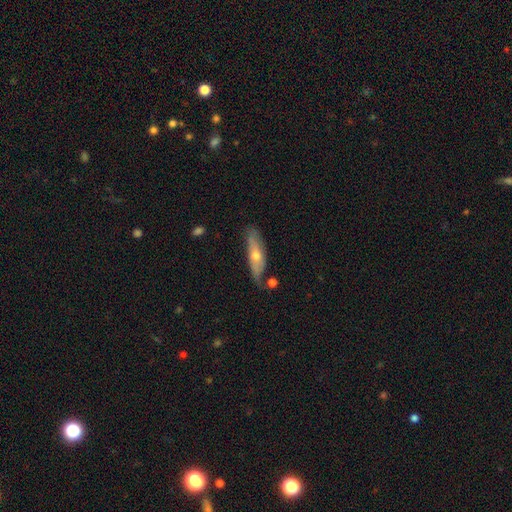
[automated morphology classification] smooth-or-featured: featured or disk: 49% | smooth: 44% | star or artifact: 6%
  merging: none: 69% | minor disturbance: 21% | major disturbance: 5% | merger: 5%